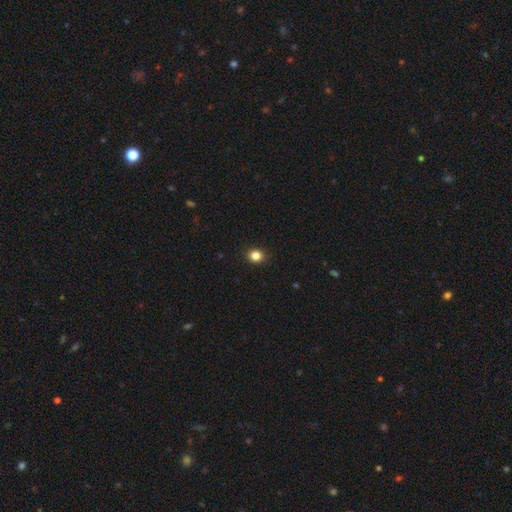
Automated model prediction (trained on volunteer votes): Morphology: type=smooth (84%); roundness=round (77%); merging=none (91%).